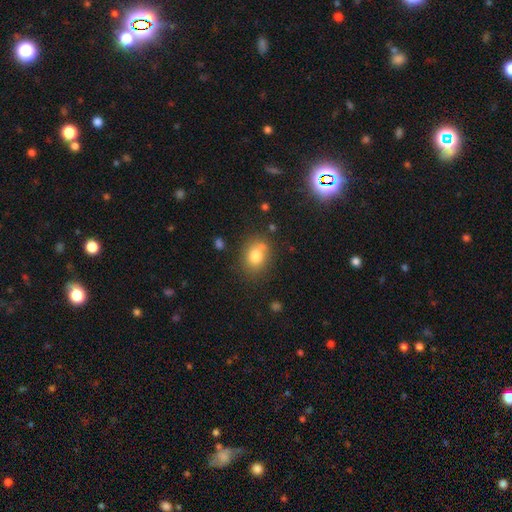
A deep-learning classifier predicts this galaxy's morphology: This appears to be a smooth galaxy with no disk features (78%) that is in between round and cigar-shaped (50%). Merging: none (64%).